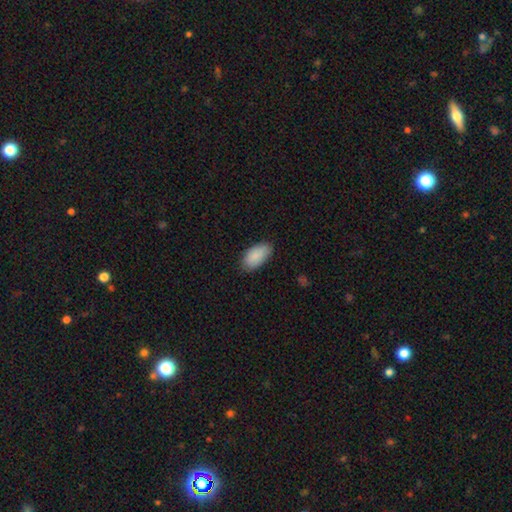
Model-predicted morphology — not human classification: smooth 89%, star or artifact 6%, featured or disk 5%. Down the decision tree: how rounded — in between (94%); merging — none (82%).